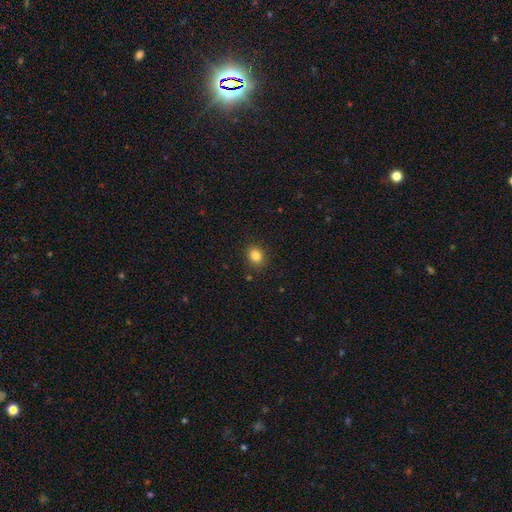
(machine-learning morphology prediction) This is clearly a smooth galaxy (83%). How rounded: possibly round (55%). Merging: clearly none (88%).